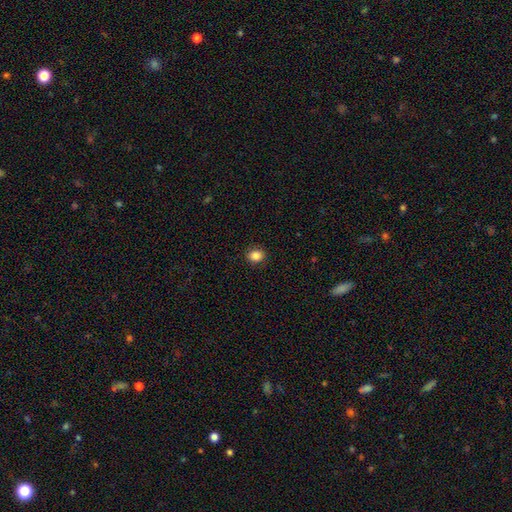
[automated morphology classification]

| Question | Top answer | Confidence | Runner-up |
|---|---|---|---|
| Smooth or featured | smooth | 85% | star or artifact (10%) |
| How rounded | round | 64% | in between (35%) |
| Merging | none | 89% | minor disturbance (8%) |